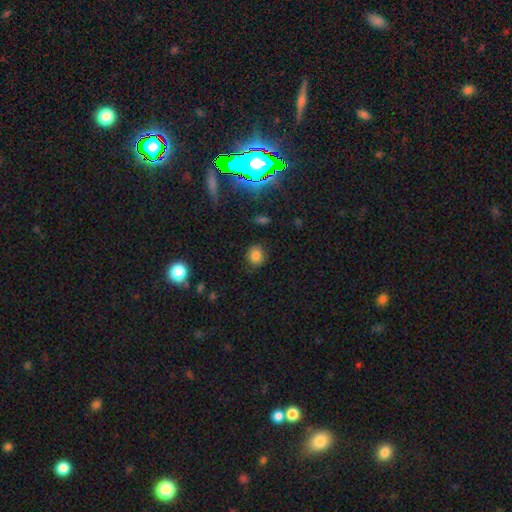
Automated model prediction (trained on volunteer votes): This is clearly a smooth galaxy (80%). How rounded: likely round (73%). Merging: clearly none (81%).